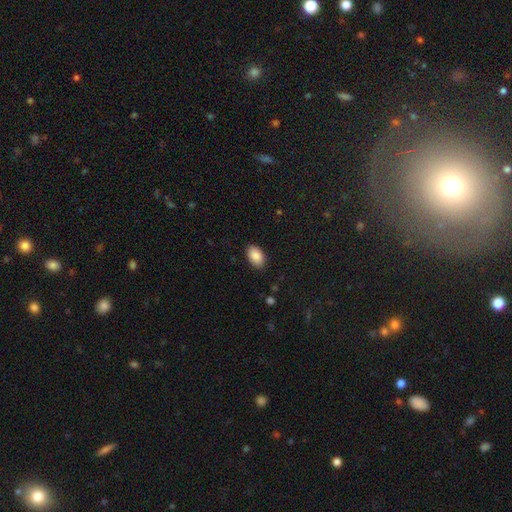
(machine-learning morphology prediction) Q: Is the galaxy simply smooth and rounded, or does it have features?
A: smooth — 89%.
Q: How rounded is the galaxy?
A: in between — 92%.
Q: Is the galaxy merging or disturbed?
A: none — 88%.